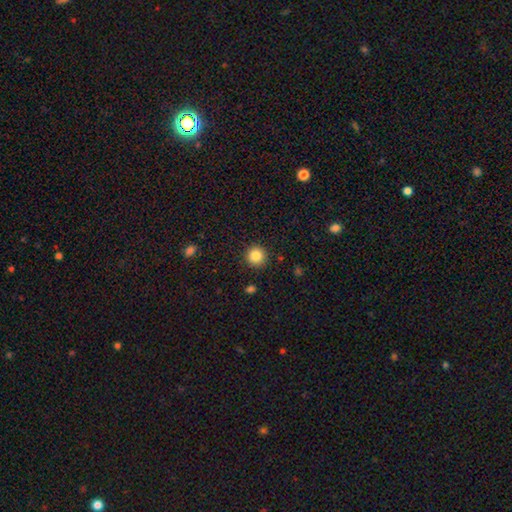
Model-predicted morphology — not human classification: Smooth or featured? Predicted: smooth (p=0.85). How rounded? Predicted: round (p=0.94). Merging? Predicted: none (p=0.91).